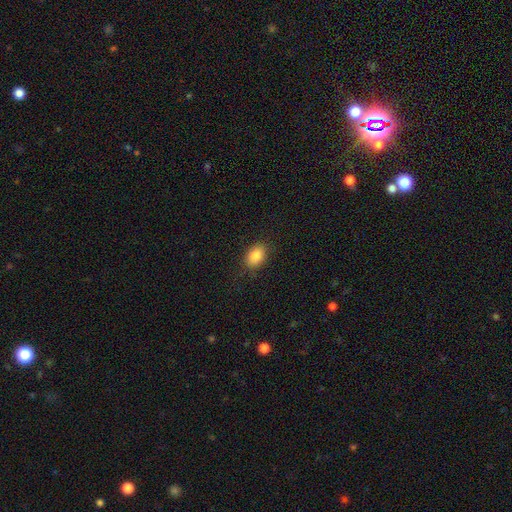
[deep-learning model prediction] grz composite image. It shows a smooth galaxy with no disk features (86%) that is in between round and cigar-shaped (85%). Merging: none (86%).